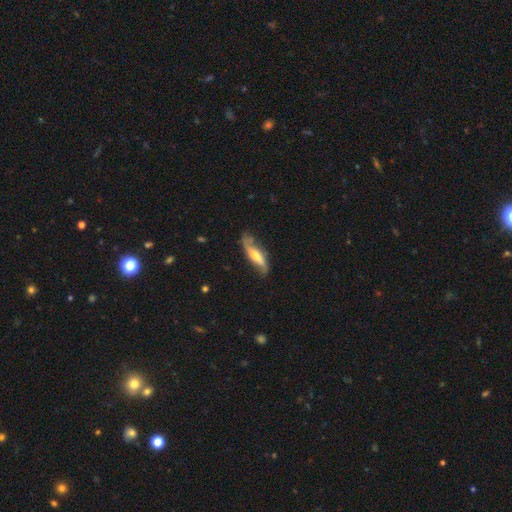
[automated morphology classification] A featured or disk galaxy (59%). Merging: none (62%).